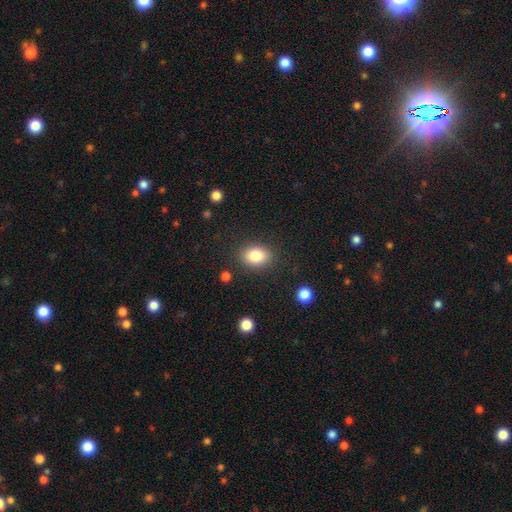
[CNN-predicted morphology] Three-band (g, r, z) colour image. It shows a smooth galaxy with no disk features (83%) that is in between round and cigar-shaped (70%). Merging: none (85%).